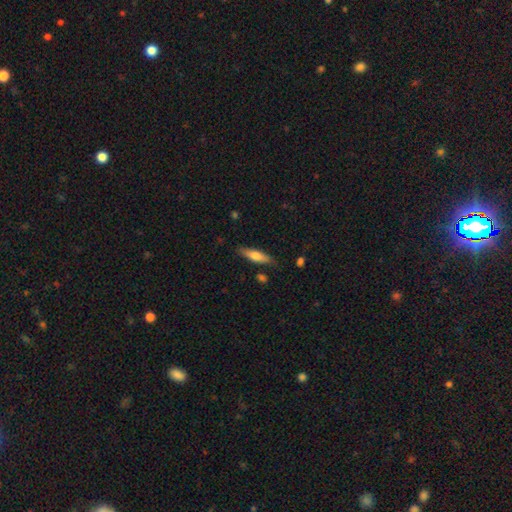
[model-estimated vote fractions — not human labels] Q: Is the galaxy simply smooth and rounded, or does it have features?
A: smooth — 61%.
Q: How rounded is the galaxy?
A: cigar-shaped — 66%.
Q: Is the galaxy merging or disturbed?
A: none — 82%.